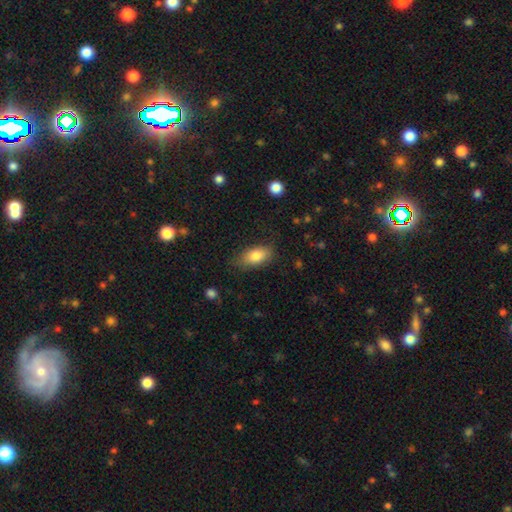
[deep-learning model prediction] Overall: smooth (81%). How rounded: in between (89%). Merging: none (74%).